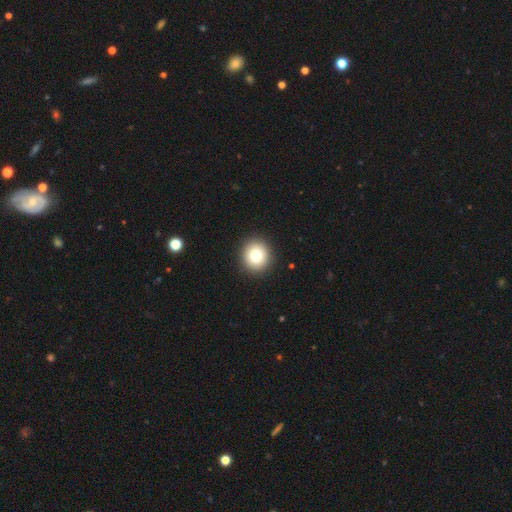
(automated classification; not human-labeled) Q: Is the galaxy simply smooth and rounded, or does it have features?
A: smooth — 77%.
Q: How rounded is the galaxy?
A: round — 90%.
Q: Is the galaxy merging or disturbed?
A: none — 92%.